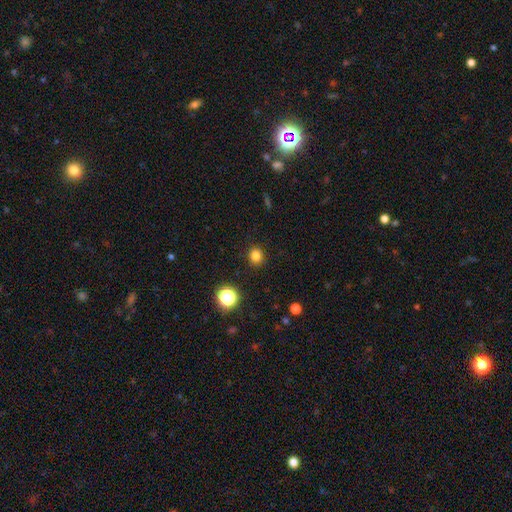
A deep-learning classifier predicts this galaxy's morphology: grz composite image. It shows a smooth galaxy with no disk features (81%) that is round (84%). Merging: none (91%).